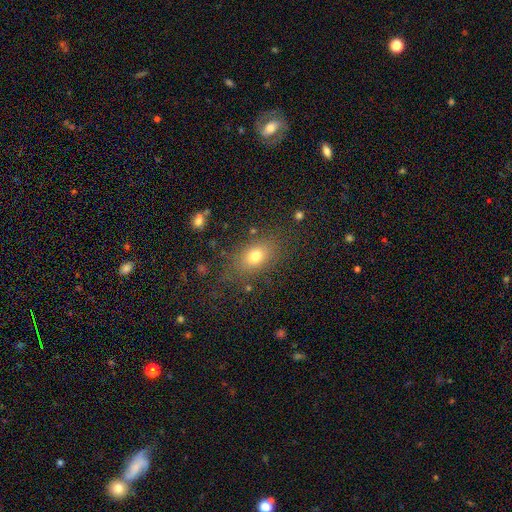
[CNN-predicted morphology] This is likely a smooth galaxy (75%). How rounded: likely in between (72%). Merging: likely none (77%).